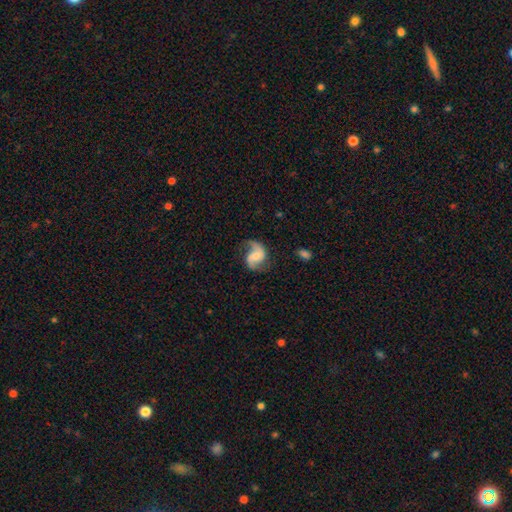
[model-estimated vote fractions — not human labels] Q: Smooth or featured?
A: featured or disk (80%); runner-up: smooth (14%)
Q: Edge-on disk?
A: no (98%); runner-up: yes (2%)
Q: Bar?
A: no (47%); runner-up: weak (39%)
Q: Spiral arms?
A: yes (96%); runner-up: no (4%)
Q: Spiral winding?
A: loose (50%); runner-up: medium (40%)
Q: Spiral arm count?
A: 2 (85%); runner-up: 1 (10%)
Q: Bulge size?
A: small (41%); runner-up: moderate (33%)
Q: Merging?
A: none (66%); runner-up: minor disturbance (20%)